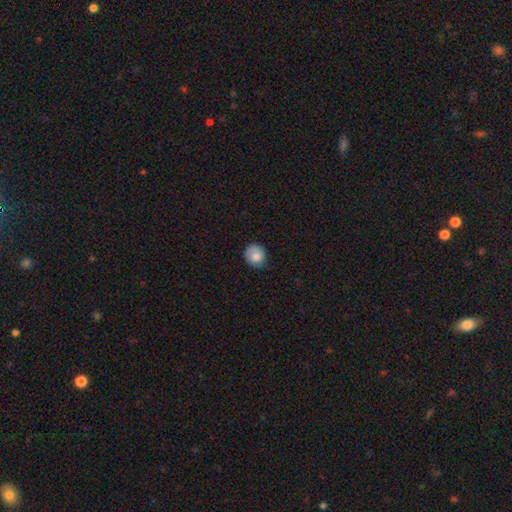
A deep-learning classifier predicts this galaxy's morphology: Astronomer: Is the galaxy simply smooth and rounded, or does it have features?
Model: smooth — 80%.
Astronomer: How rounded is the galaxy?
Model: round — 83%.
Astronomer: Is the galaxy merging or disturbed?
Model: none — 72%.